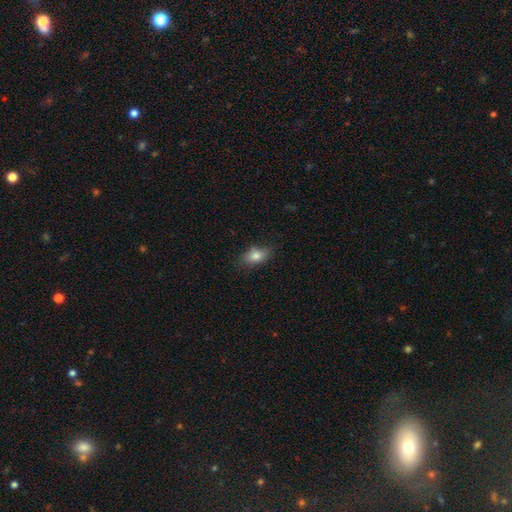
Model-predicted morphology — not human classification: type=smooth (82%); roundness=in between (84%); merging=none (78%).